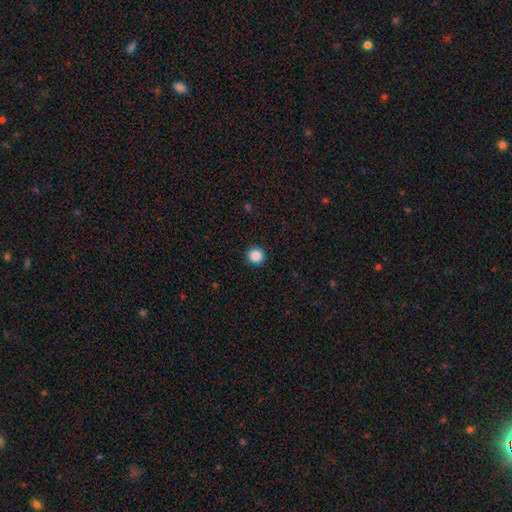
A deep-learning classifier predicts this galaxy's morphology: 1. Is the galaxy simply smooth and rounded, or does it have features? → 88% smooth, 10% star or artifact, 2% featured or disk.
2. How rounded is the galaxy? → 93% round, 6% in between, 1% cigar-shaped.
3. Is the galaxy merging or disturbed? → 92% none, 5% minor disturbance, 2% major disturbance, 1% merger.